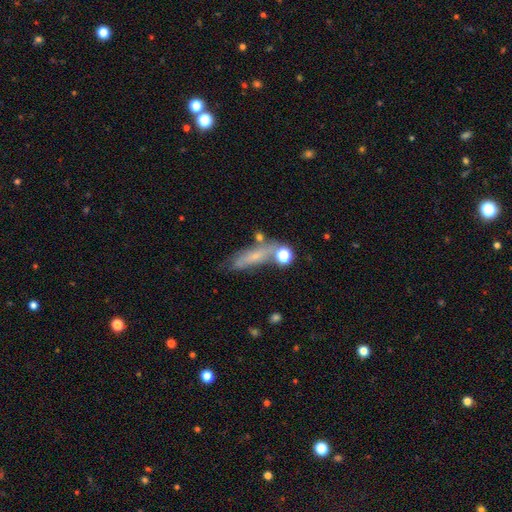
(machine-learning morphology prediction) Smooth or featured? smooth (48%)
Merging? none (52%)